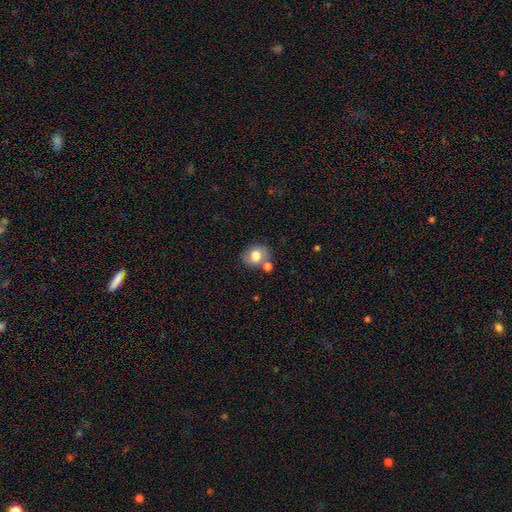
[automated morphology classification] The model was most divided on "how rounded": round: 56%, in between: 43%, cigar-shaped: 1%. More confident: smooth or featured — smooth (74%); merging — none (63%).